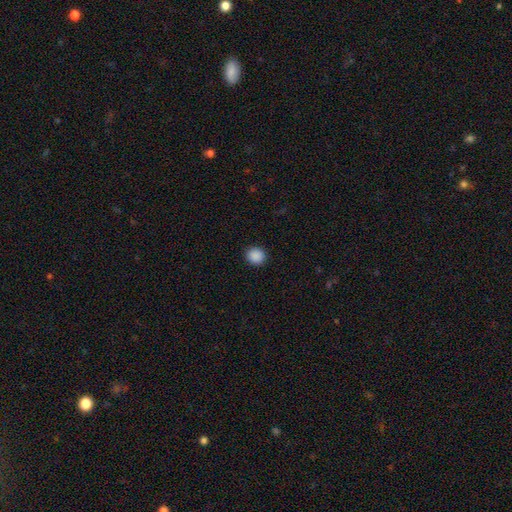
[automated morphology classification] Q: Smooth or featured?
A: smooth (89%); runner-up: star or artifact (9%)
Q: How rounded?
A: round (89%); runner-up: in between (10%)
Q: Merging?
A: none (92%); runner-up: minor disturbance (5%)